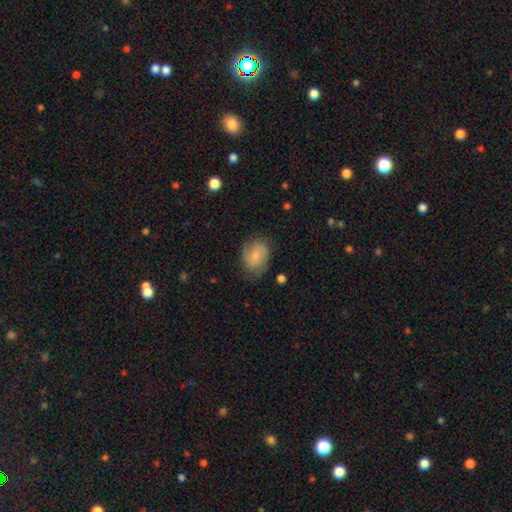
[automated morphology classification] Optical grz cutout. It shows a smooth galaxy with no disk features (48%). Merging: none (69%).